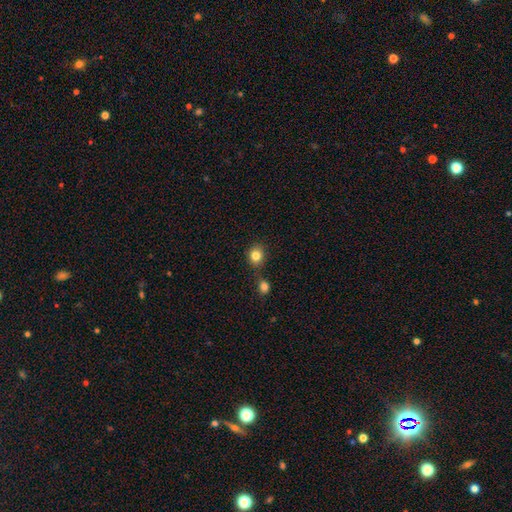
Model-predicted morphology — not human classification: Smooth or featured?
  - smooth: 83% *
  - star or artifact: 11%
  - featured or disk: 6%
How rounded?
  - round: 78% *
  - in between: 22%
  - cigar-shaped: 1%
Merging?
  - none: 72% *
  - merger: 13%
  - minor disturbance: 11%
  - major disturbance: 3%